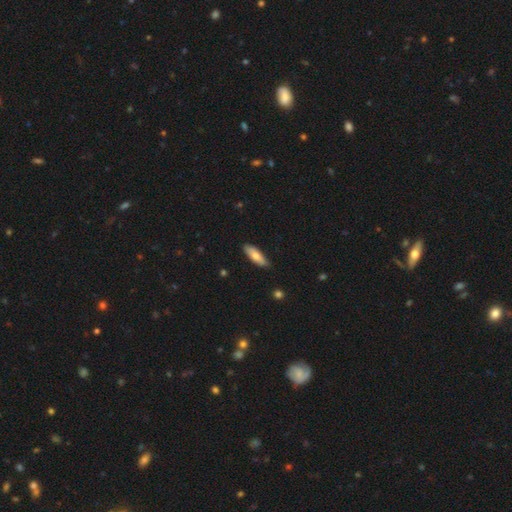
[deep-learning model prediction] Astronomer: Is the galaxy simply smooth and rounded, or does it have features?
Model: smooth — 73%.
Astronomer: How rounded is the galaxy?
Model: in between — 54% (runner-up: cigar-shaped, 45%).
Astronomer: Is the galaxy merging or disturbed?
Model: none — 84%.